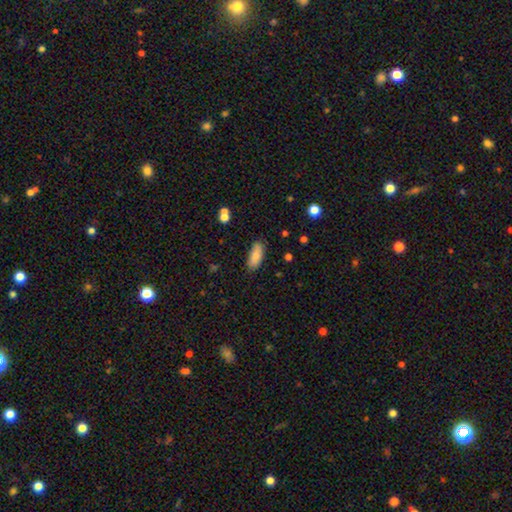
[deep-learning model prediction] Smooth or featured?
  - smooth: 83% *
  - featured or disk: 10%
  - star or artifact: 7%
How rounded?
  - in between: 82% *
  - cigar-shaped: 16%
  - round: 2%
Merging?
  - none: 81% *
  - minor disturbance: 15%
  - major disturbance: 3%
  - merger: 2%